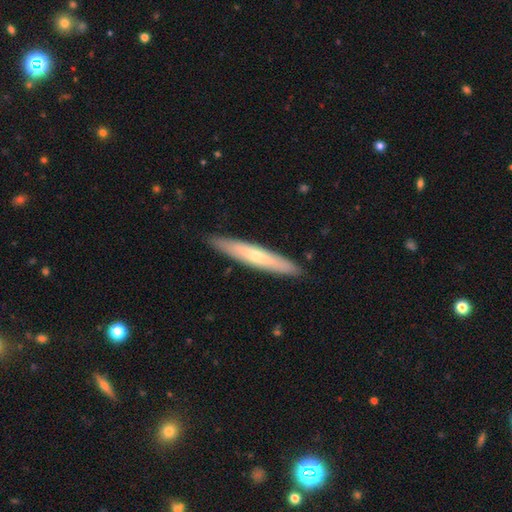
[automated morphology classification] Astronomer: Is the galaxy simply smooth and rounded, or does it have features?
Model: smooth — 50% (runner-up: featured or disk, 45%).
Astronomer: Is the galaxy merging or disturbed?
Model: none — 89%.